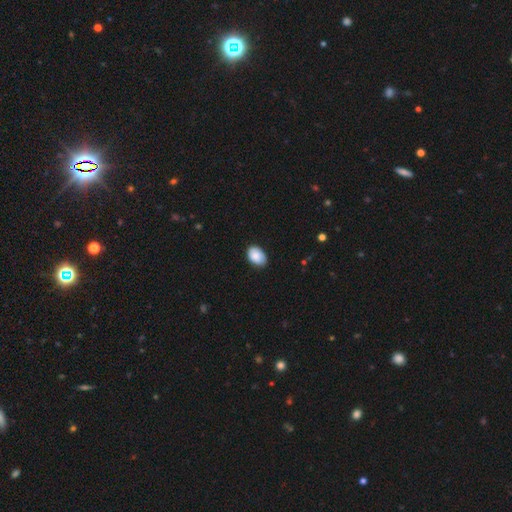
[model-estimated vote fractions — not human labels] The model was most divided on "merging": none: 82%, minor disturbance: 15%, major disturbance: 2%, merger: 1%. More confident: smooth or featured — smooth (86%); how rounded — in between (86%).